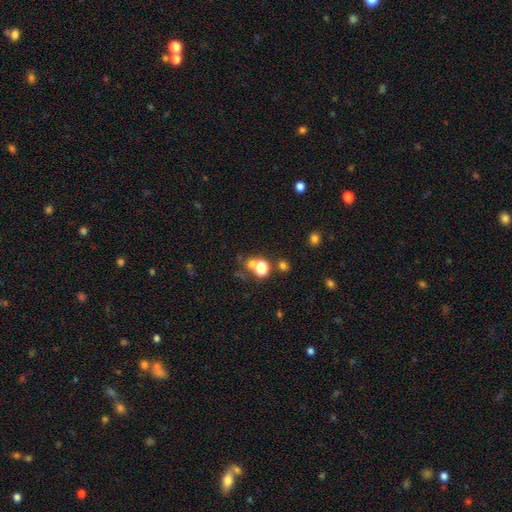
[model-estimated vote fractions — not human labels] Overall: star or artifact (48%; smooth 43%).